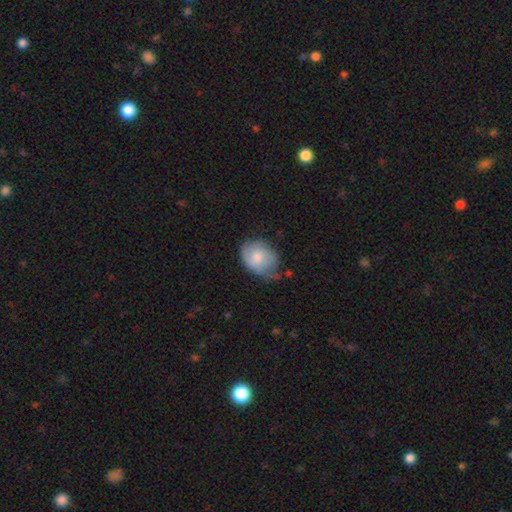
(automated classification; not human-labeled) This appears to be a smooth galaxy with no disk features (72%) that is in between round and cigar-shaped (57%). Merging: none (42%, tied with minor disturbance).